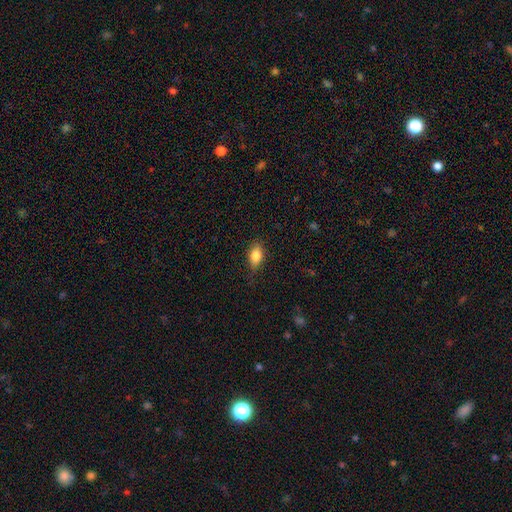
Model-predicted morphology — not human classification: Q: Smooth or featured?
A: smooth (82%); runner-up: featured or disk (10%)
Q: How rounded?
A: in between (85%); runner-up: round (10%)
Q: Merging?
A: none (79%); runner-up: minor disturbance (17%)